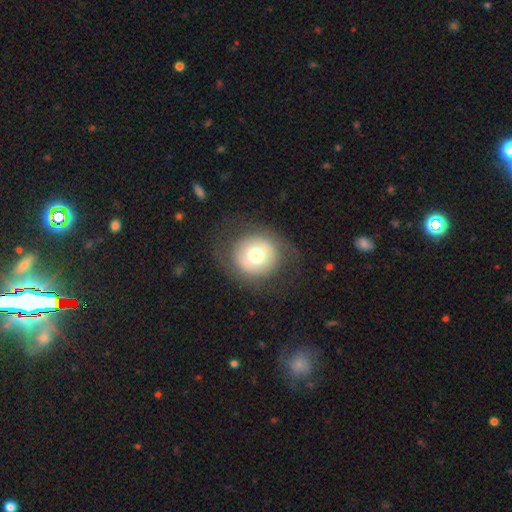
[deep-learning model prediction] Smooth or featured? Predicted: smooth (p=0.61). How rounded? Predicted: round (p=0.90). Merging? Predicted: none (p=0.78).